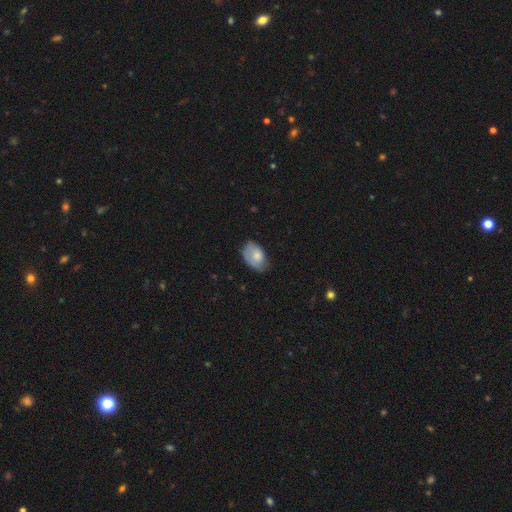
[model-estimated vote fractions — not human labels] This appears to be a smooth galaxy with no disk features (70%) that is in between round and cigar-shaped (87%). Merging: none (52%).